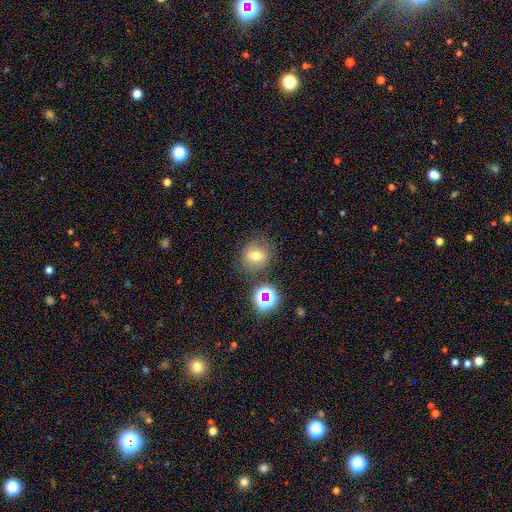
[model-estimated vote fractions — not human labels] Smooth or featured? smooth (62%)
How rounded? round (78%)
Merging? none (75%)